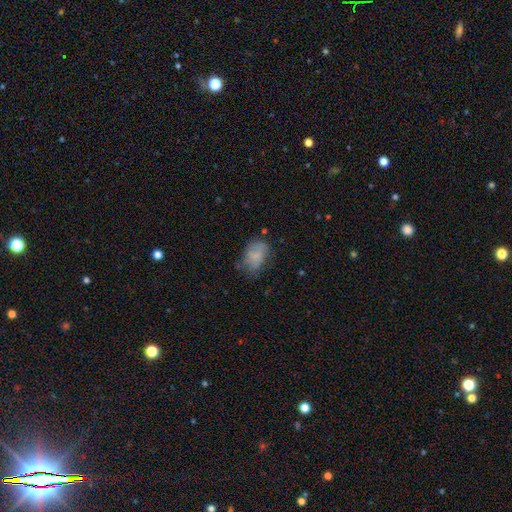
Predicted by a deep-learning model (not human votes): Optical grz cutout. It shows a smooth galaxy with no disk features (74%) that is in between round and cigar-shaped (82%). Merging: none (52%).